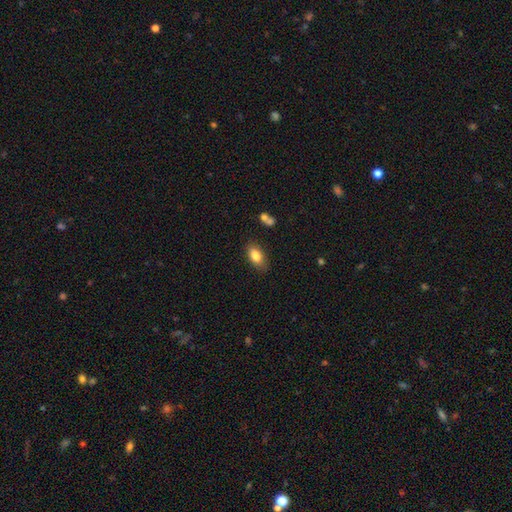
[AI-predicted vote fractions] Smooth or featured: smooth — 83% (featured or disk — 10%)
How rounded: in between — 89% (cigar-shaped — 6%)
Merging: none — 80% (minor disturbance — 14%)